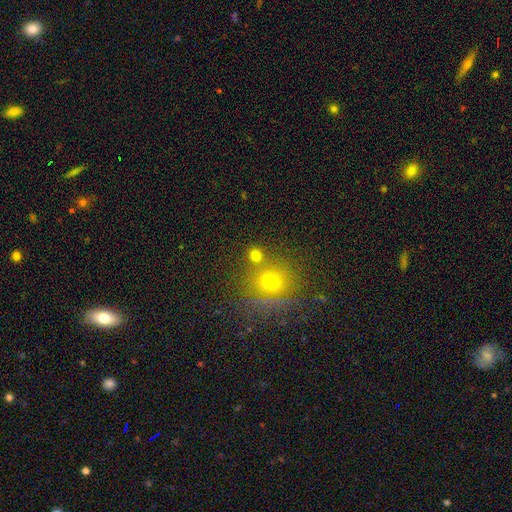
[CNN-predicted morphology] A smooth galaxy with no disk features (71%) that is round (84%). Merging: none (70%).